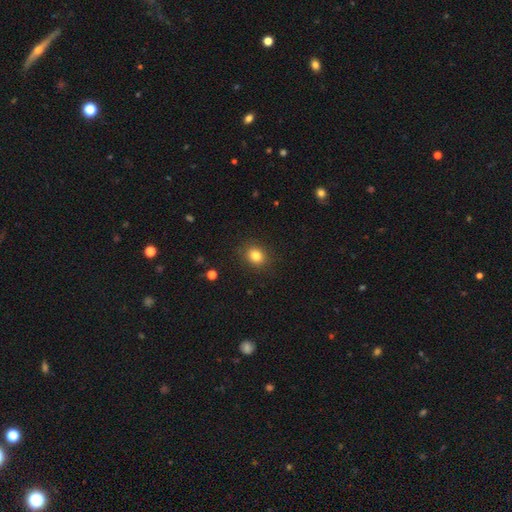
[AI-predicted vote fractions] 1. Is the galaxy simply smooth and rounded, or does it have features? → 82% smooth, 11% star or artifact, 6% featured or disk.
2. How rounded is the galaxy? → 62% round, 37% in between, 1% cigar-shaped.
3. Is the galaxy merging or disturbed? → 88% none, 8% minor disturbance, 3% major disturbance, 1% merger.